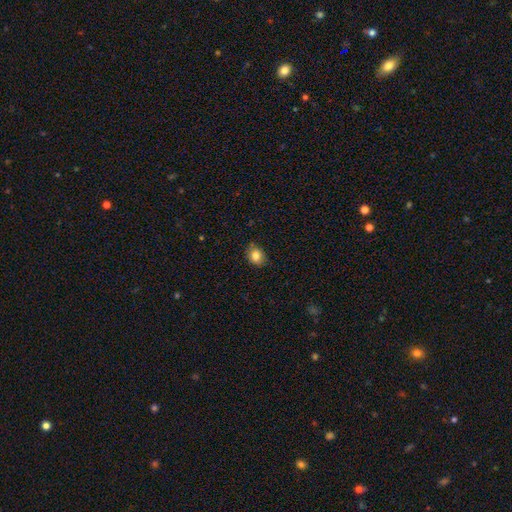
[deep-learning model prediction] Smooth or featured? Predicted: smooth (p=0.83). How rounded? Predicted: round (p=0.54). Merging? Predicted: none (p=0.80).